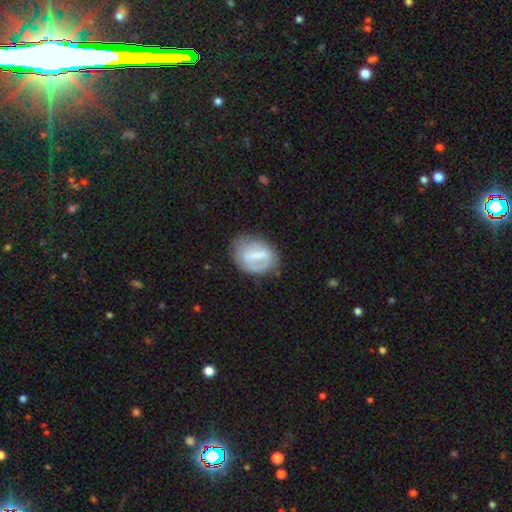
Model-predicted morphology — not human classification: Smooth or featured? featured or disk (47%)
Merging? none (63%)